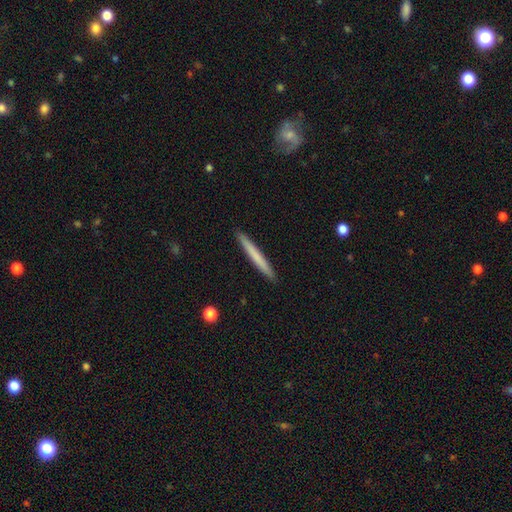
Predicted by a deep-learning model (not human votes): Smooth or featured: smooth — 68% (featured or disk — 27%)
How rounded: cigar-shaped — 97% (in between — 2%)
Merging: none — 93% (minor disturbance — 5%)